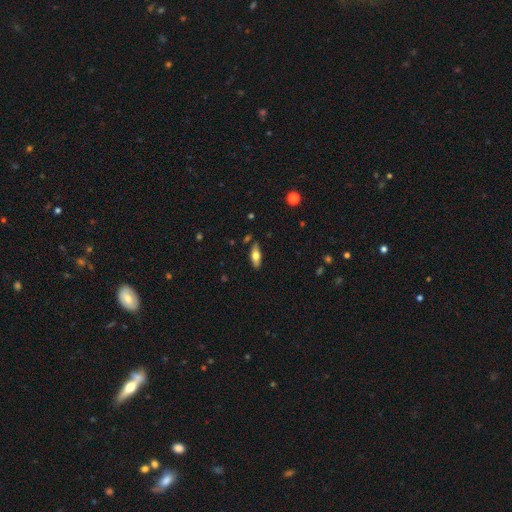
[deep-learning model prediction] Smooth or featured? Predicted: smooth (p=0.58). How rounded? Predicted: in between (p=0.68). Merging? Predicted: none (p=0.84).